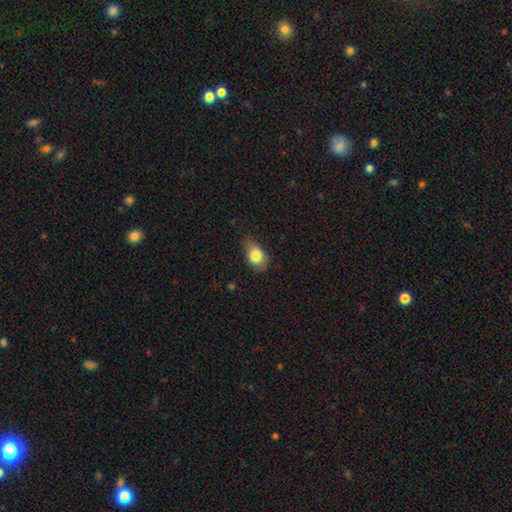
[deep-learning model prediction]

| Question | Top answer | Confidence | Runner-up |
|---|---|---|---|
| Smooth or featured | smooth | 81% | featured or disk (11%) |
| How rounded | in between | 77% | round (20%) |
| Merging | none | 51% | minor disturbance (37%) |